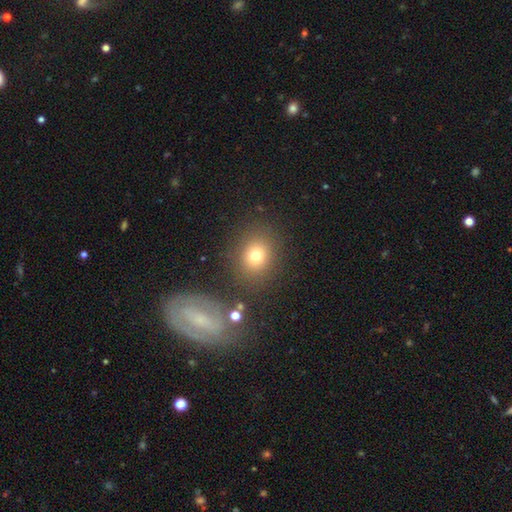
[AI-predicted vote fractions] A smooth galaxy with no disk features (73%) that is round (70%).

Vote fractions:
- Smooth or featured? smooth: 73% / star or artifact: 16% / featured or disk: 10%
- How rounded? round: 70% / in between: 29% / cigar-shaped: 1%
- Merging? none: 81% / minor disturbance: 10% / major disturbance: 5% / merger: 4%